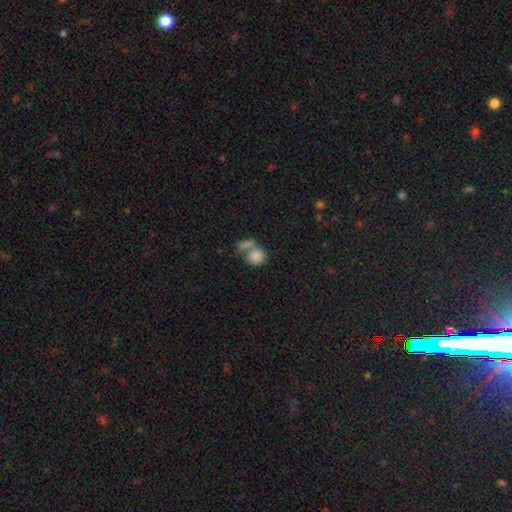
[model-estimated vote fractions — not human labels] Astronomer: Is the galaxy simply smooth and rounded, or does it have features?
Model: smooth — 83%.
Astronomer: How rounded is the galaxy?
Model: round — 61% (runner-up: in between, 37%).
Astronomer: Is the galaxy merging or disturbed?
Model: merger — 52% (runner-up: none, 32%).